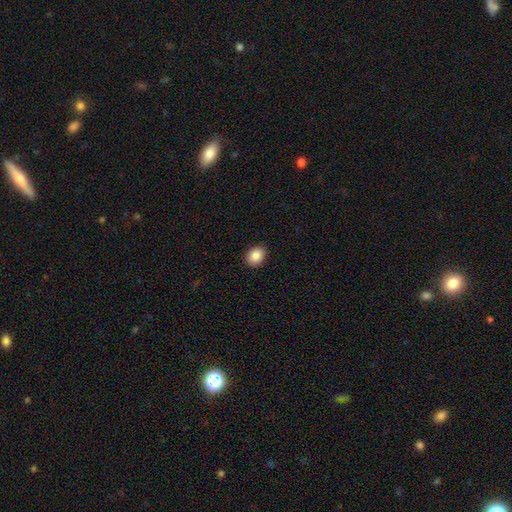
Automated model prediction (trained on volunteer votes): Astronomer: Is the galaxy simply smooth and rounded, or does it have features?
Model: smooth — 88%.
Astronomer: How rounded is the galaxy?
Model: in between — 55% (runner-up: round, 44%).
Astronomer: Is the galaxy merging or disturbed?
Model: none — 90%.